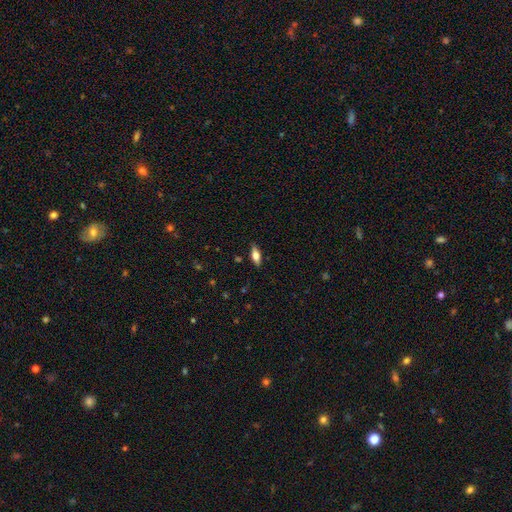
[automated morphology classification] This appears to be a smooth galaxy with no disk features (58%) that is in between round and cigar-shaped (70%). Merging: none (86%).